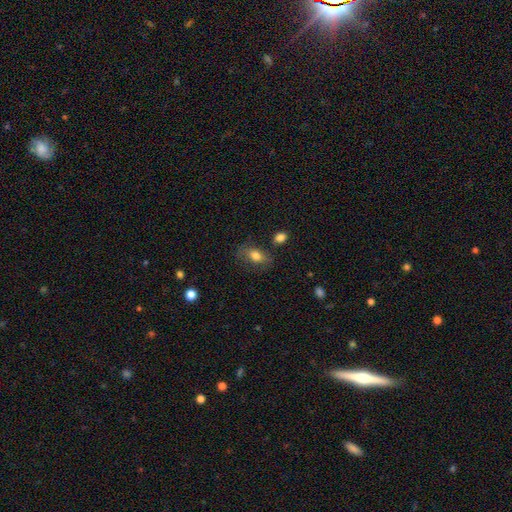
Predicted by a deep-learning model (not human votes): A smooth galaxy with no disk features (75%) that is in between round and cigar-shaped (84%). Merging: none (68%).